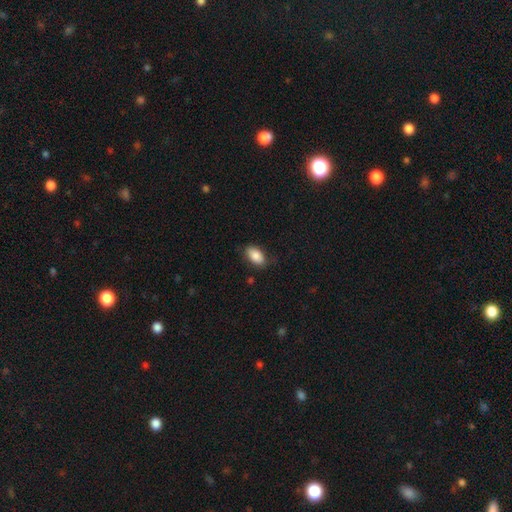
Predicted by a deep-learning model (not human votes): smooth 87%, star or artifact 7%, featured or disk 6%. Down the decision tree: how rounded — in between (93%); merging — none (81%).